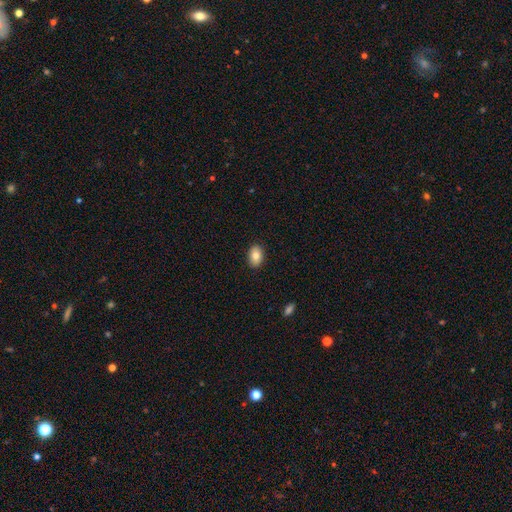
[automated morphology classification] This is clearly a smooth galaxy (81%). How rounded: clearly in between (82%). Merging: clearly none (89%).